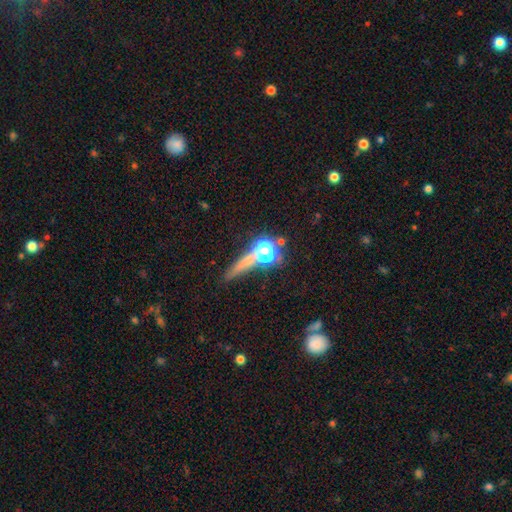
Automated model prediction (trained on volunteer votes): Overall: smooth (41%; star or artifact 37%). Merging: none (67%).